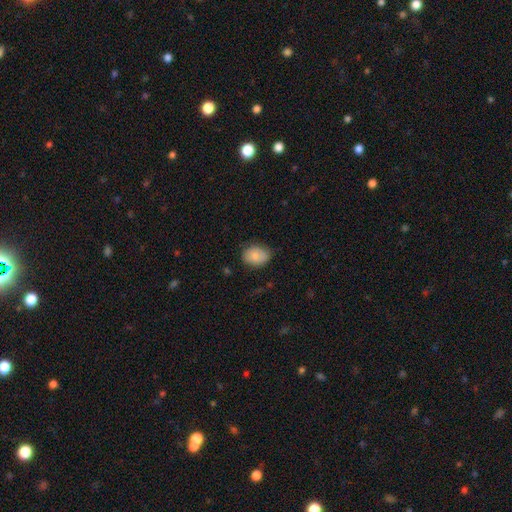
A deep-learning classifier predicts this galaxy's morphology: Q: Smooth or featured?
A: smooth (82%); runner-up: featured or disk (11%)
Q: How rounded?
A: in between (61%); runner-up: round (38%)
Q: Merging?
A: none (74%); runner-up: minor disturbance (21%)